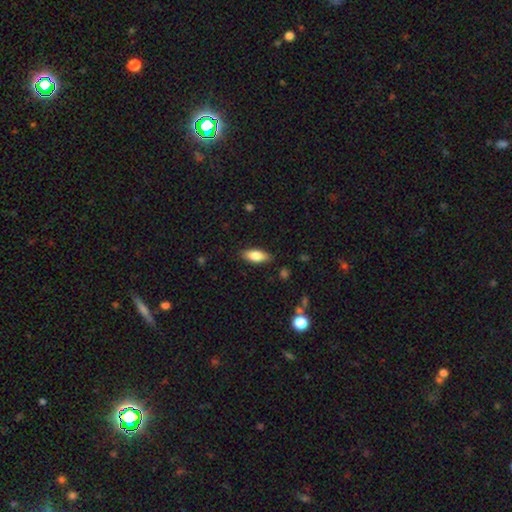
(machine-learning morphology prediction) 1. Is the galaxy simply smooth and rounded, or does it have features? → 80% smooth, 13% featured or disk, 7% star or artifact.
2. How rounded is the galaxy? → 79% in between, 18% cigar-shaped, 2% round.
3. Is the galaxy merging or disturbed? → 86% none, 11% minor disturbance, 2% major disturbance, 1% merger.